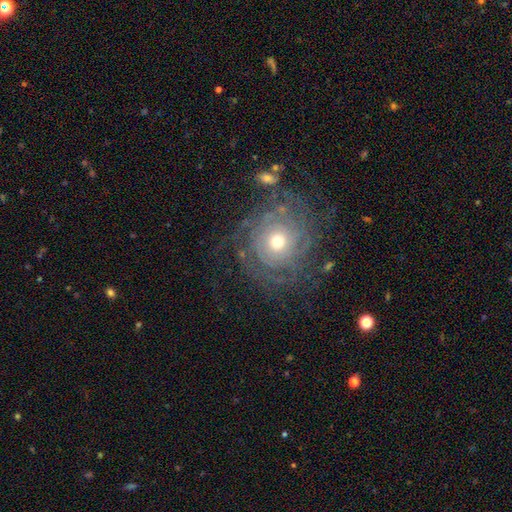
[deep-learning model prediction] Smooth or featured? Predicted: featured or disk (p=0.60). Edge-on disk? Predicted: no (p=0.96). Bar? Predicted: no (p=0.82). Spiral arms? Predicted: yes (p=0.83). Bulge size? Predicted: moderate (p=0.51). Merging? Predicted: none (p=0.79).